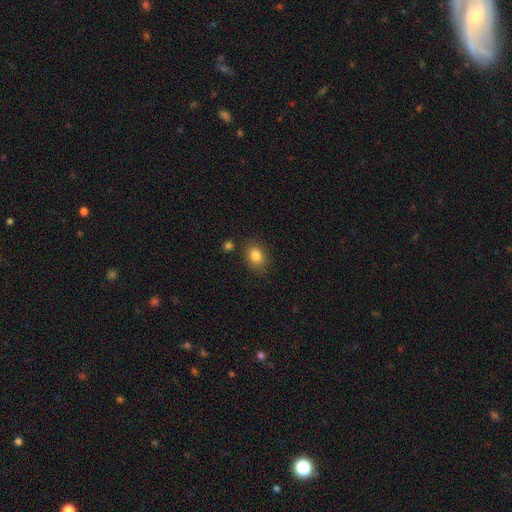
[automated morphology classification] The model was most divided on "how rounded": in between: 69%, round: 30%, cigar-shaped: 1%. More confident: smooth or featured — smooth (83%); merging — none (82%).